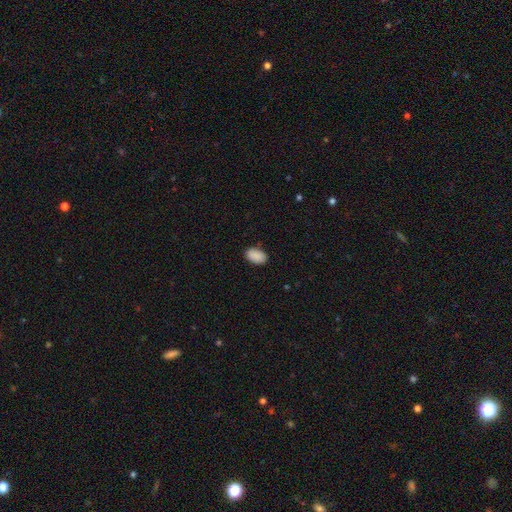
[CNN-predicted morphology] Q: Smooth or featured?
A: smooth (90%); runner-up: star or artifact (7%)
Q: How rounded?
A: in between (92%); runner-up: round (6%)
Q: Merging?
A: none (87%); runner-up: minor disturbance (10%)